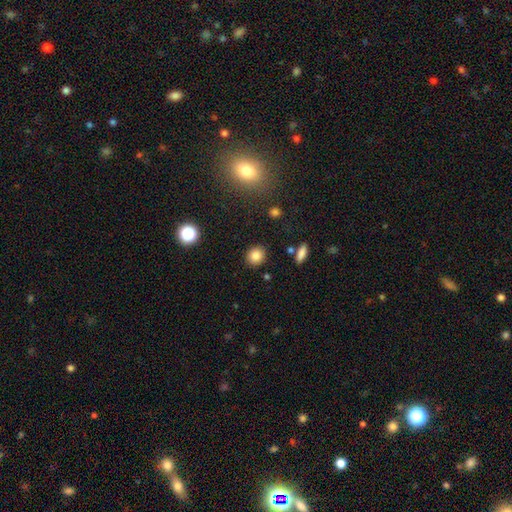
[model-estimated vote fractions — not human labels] This appears to be a smooth galaxy with no disk features (84%) that is round (76%). Merging: none (88%).